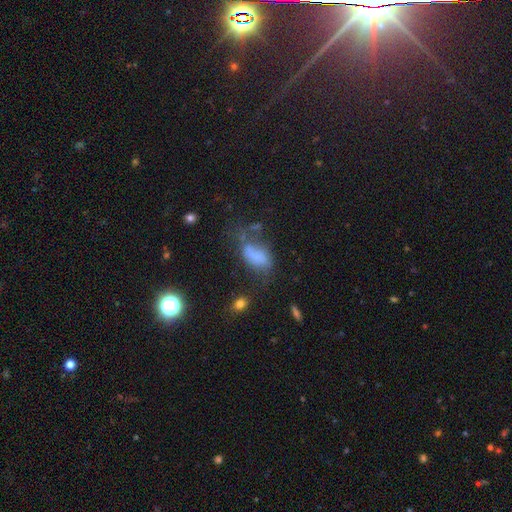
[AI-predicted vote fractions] Smooth or featured: smooth — 61% (featured or disk — 24%)
How rounded: in between — 89% (round — 7%)
Merging: major disturbance — 34% (none — 28%)